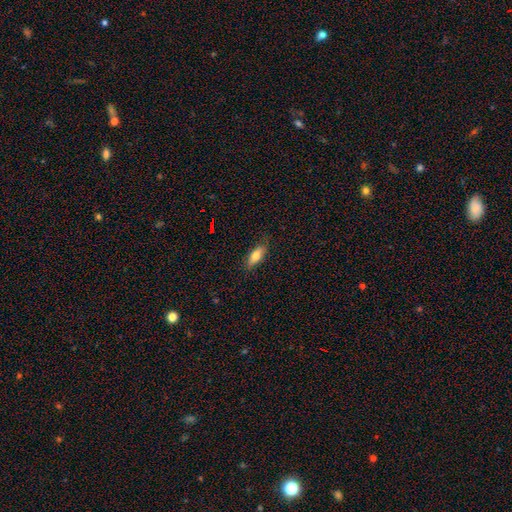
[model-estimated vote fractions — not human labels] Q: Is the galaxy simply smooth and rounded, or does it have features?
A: smooth — 75%.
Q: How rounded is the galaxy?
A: in between — 66%.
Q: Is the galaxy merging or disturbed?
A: none — 81%.